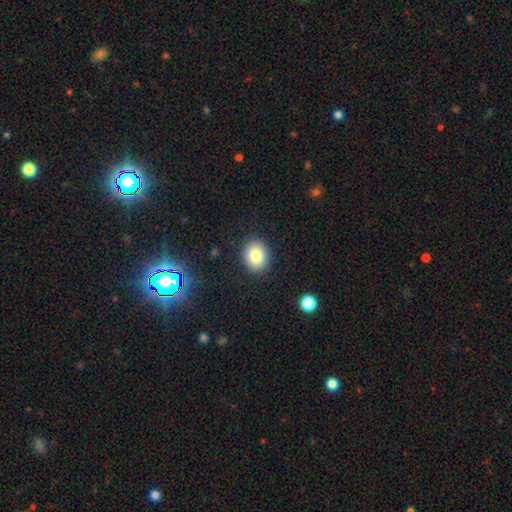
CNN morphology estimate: A smooth galaxy with no disk features (81%) that is round (62%).

Vote fractions:
- Smooth or featured? smooth: 81% / star or artifact: 10% / featured or disk: 8%
- How rounded? round: 62% / in between: 37% / cigar-shaped: 1%
- Merging? none: 89% / minor disturbance: 7% / major disturbance: 2% / merger: 1%